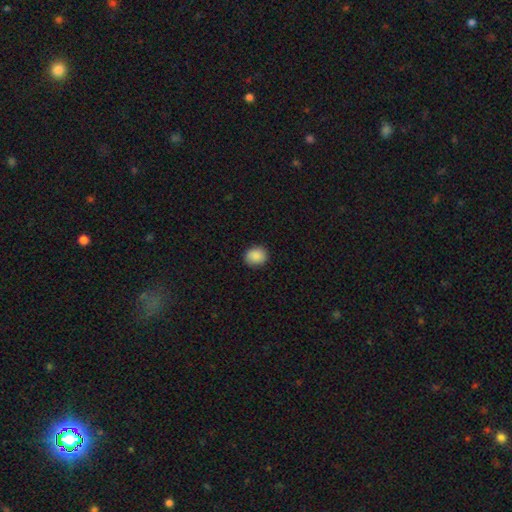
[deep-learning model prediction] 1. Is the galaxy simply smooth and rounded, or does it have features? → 89% smooth, 8% star or artifact, 3% featured or disk.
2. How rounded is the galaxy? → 70% round, 29% in between, 1% cigar-shaped.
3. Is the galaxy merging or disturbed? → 88% none, 9% minor disturbance, 2% major disturbance, 1% merger.